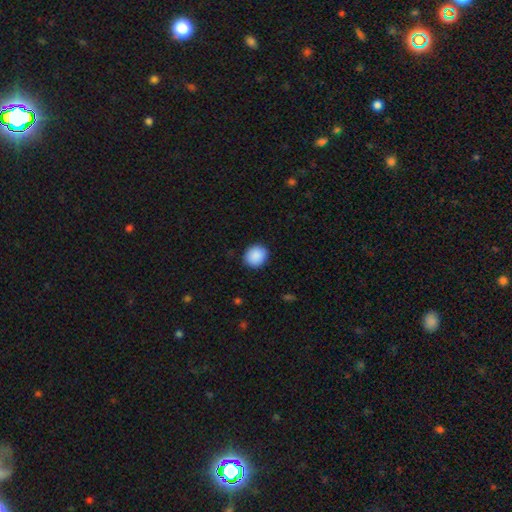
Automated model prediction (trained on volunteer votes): Smooth or featured?
  - smooth: 90% *
  - star or artifact: 7%
  - featured or disk: 2%
How rounded?
  - round: 80% *
  - in between: 19%
  - cigar-shaped: 1%
Merging?
  - none: 91% *
  - minor disturbance: 7%
  - major disturbance: 2%
  - merger: 1%